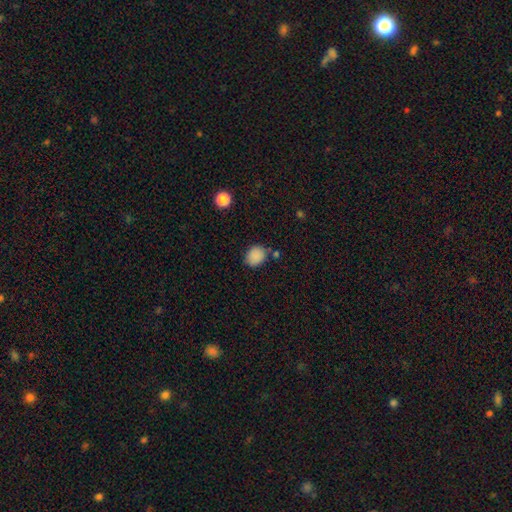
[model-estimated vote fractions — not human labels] This is clearly a smooth galaxy (87%). How rounded: possibly round (52%). Merging: likely none (74%).